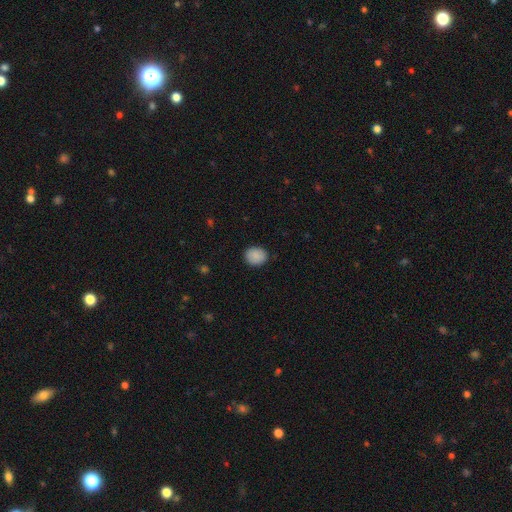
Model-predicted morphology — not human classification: smooth_or_featured: smooth (p=0.89) [alt: star or artifact p=0.08]
how_rounded: round (p=0.64) [alt: in between p=0.35]
merging: none (p=0.87) [alt: minor disturbance p=0.10]